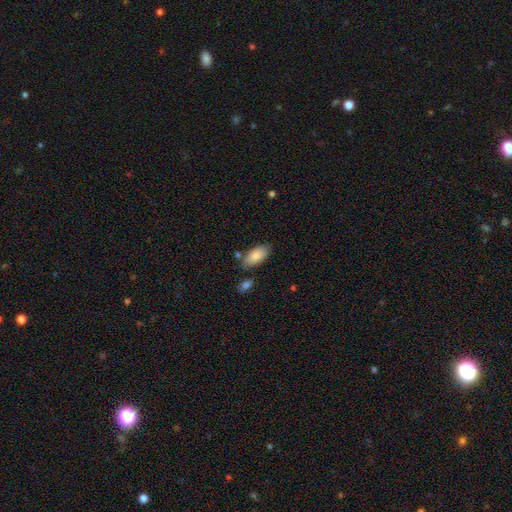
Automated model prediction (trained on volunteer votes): Smooth or featured? smooth (83%)
How rounded? in between (93%)
Merging? none (71%)